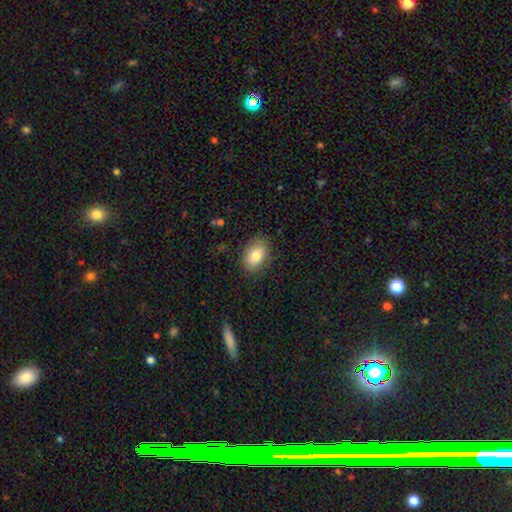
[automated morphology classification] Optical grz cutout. It shows a smooth galaxy with no disk features (81%) that is in between round and cigar-shaped (87%). Merging: none (85%).